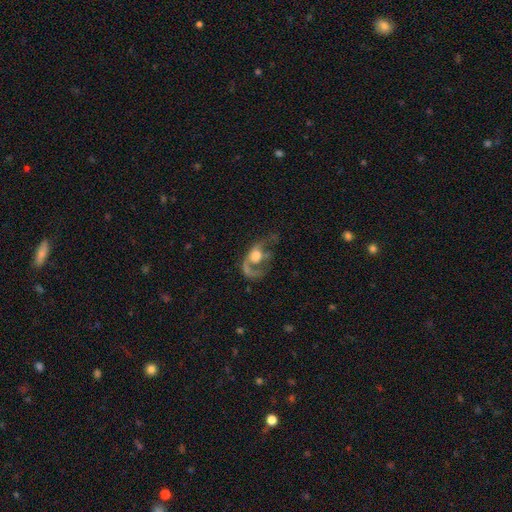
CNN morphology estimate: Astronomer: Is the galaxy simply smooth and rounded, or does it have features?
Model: featured or disk — 62%.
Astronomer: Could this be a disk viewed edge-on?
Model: no — 94%.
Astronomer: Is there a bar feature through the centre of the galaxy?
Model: no — 79%.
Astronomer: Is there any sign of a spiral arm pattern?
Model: yes — 55% (runner-up: no, 45%).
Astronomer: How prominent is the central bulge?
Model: large — 43% (runner-up: moderate, 38%).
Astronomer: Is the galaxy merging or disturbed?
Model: major disturbance — 53%.